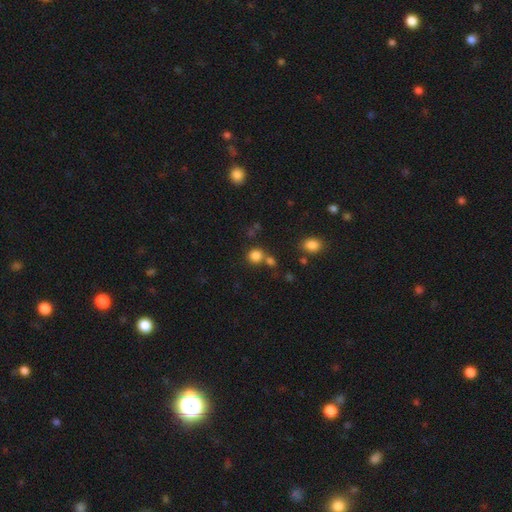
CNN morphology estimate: Smooth or featured?
  - smooth: 82% *
  - star or artifact: 13%
  - featured or disk: 5%
How rounded?
  - round: 87% *
  - in between: 12%
  - cigar-shaped: 1%
Merging?
  - none: 64% *
  - merger: 23%
  - minor disturbance: 9%
  - major disturbance: 4%